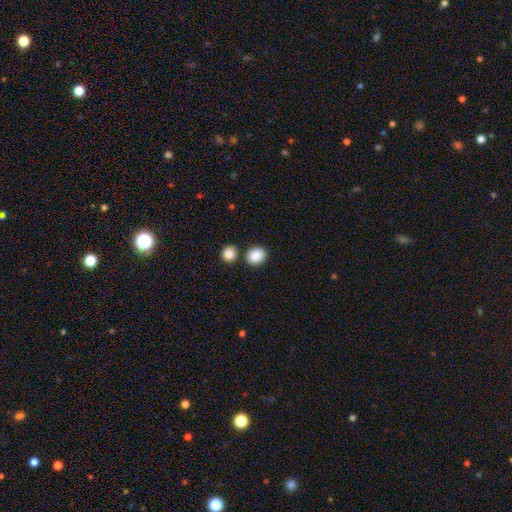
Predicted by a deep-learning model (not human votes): Smooth or featured: smooth — 88% (star or artifact — 8%)
How rounded: round — 61% (in between — 38%)
Merging: none — 78% (merger — 11%)